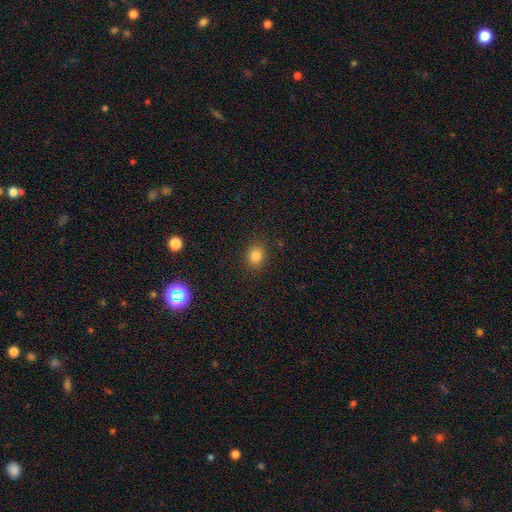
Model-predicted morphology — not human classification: A smooth galaxy with no disk features (82%) that is round (59%). Merging: none (87%).